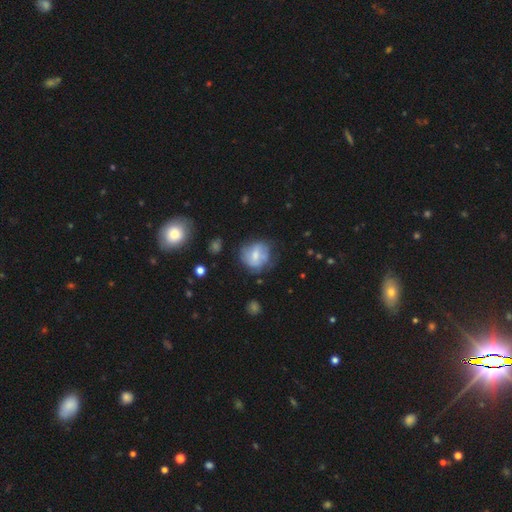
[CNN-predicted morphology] Smooth or featured?
  - smooth: 52% *
  - featured or disk: 38%
  - star or artifact: 9%
How rounded?
  - round: 74% *
  - in between: 24%
  - cigar-shaped: 1%
Merging?
  - none: 57% *
  - minor disturbance: 26%
  - major disturbance: 13%
  - merger: 3%